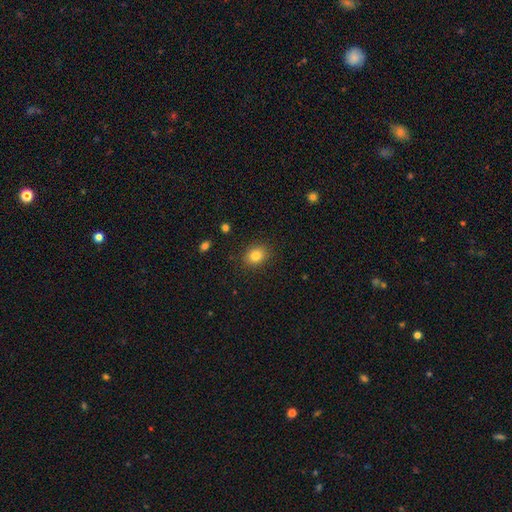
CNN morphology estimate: A smooth galaxy with no disk features (83%) that is round (51%). Merging: none (88%).